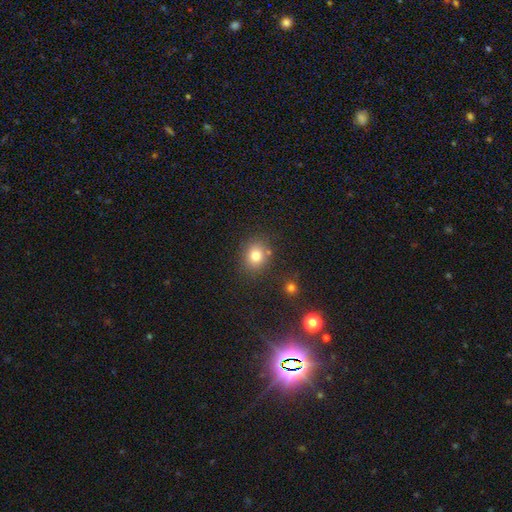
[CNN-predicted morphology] Smooth or featured? Predicted: smooth (p=0.79). How rounded? Predicted: round (p=0.67). Merging? Predicted: none (p=0.78).